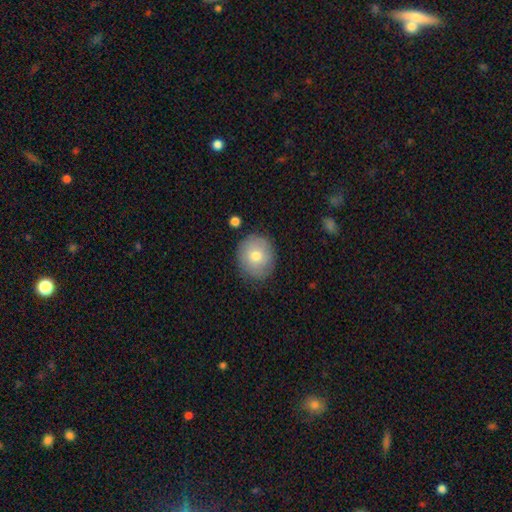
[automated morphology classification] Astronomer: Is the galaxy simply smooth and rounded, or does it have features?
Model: smooth — 73%.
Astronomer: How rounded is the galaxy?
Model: round — 73%.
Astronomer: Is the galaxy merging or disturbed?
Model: none — 81%.